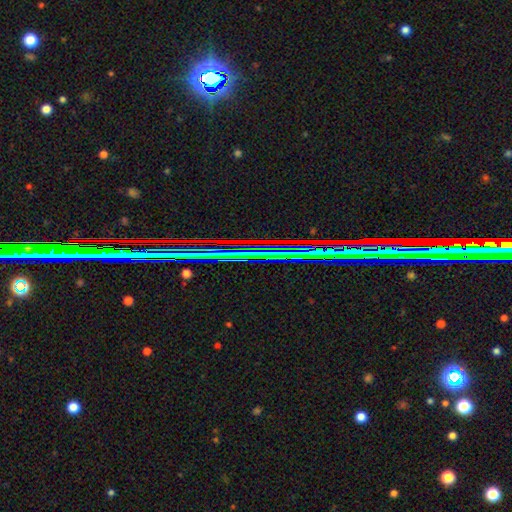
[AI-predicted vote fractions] A star or artifact, not a galaxy (78%).

Vote fractions:
- Smooth or featured? star or artifact: 78% / featured or disk: 12% / smooth: 10%